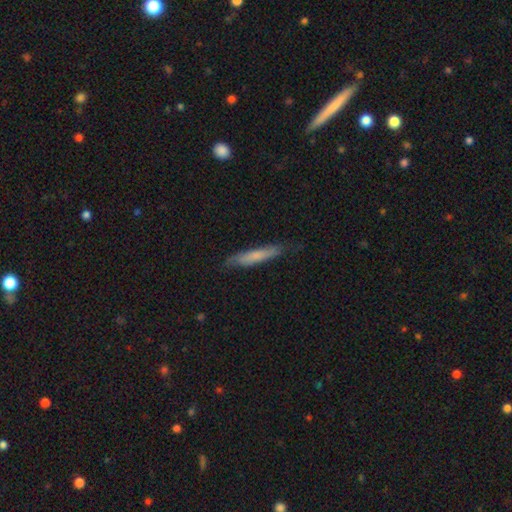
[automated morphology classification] Smooth or featured? Predicted: smooth (p=0.68). How rounded? Predicted: cigar-shaped (p=0.92). Merging? Predicted: none (p=0.78).